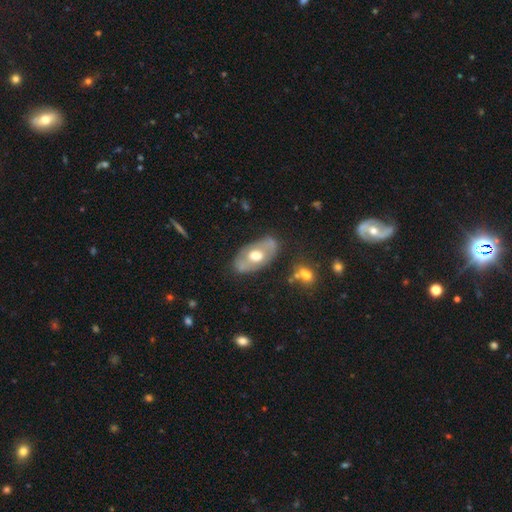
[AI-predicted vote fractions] A featured or disk galaxy (50%). Merging: none (68%).